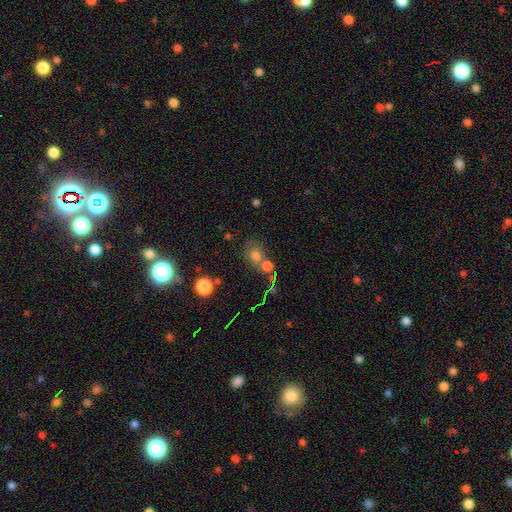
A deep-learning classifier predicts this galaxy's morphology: A smooth galaxy with no disk features (68%) that is round (61%). Merging: none (45%).